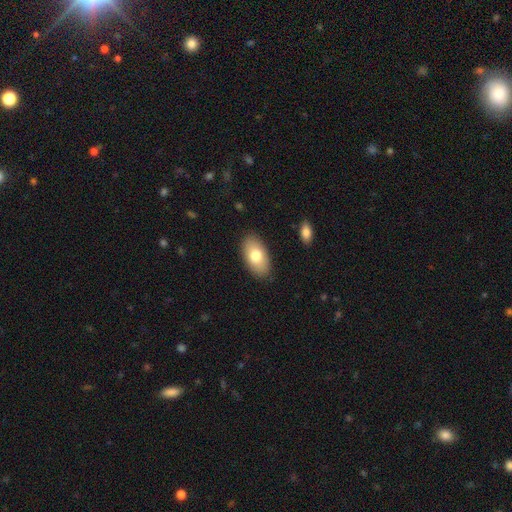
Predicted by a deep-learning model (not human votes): smooth-or-featured: smooth: 75% | featured or disk: 18% | star or artifact: 6%
  how-rounded: in between: 94% | round: 4% | cigar-shaped: 2%
  merging: none: 87% | minor disturbance: 9% | major disturbance: 2% | merger: 1%